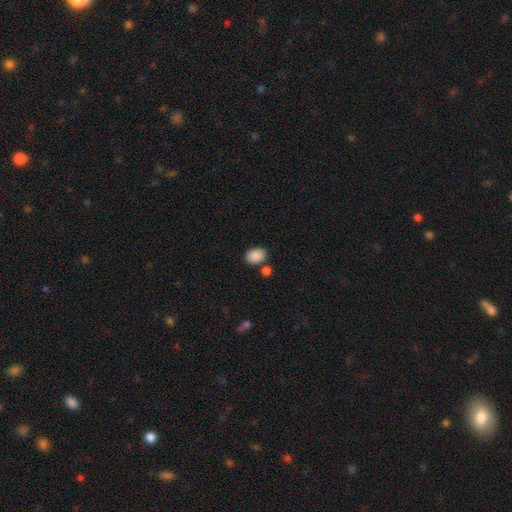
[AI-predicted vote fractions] Morphology: type=smooth (89%); roundness=in between (77%); merging=none (75%).